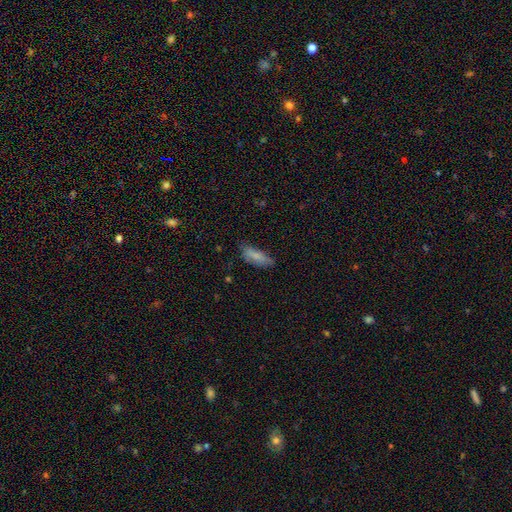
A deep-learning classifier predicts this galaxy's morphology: A smooth galaxy with no disk features (79%) that is in between round and cigar-shaped (64%). Merging: none (63%).